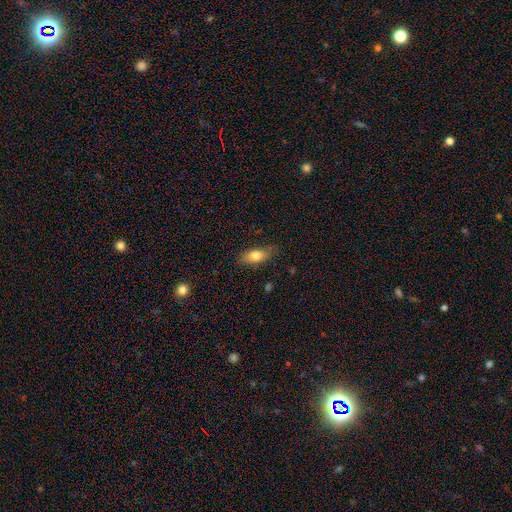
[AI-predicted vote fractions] A smooth galaxy with no disk features (76%) that is in between round and cigar-shaped (80%). Merging: none (76%).